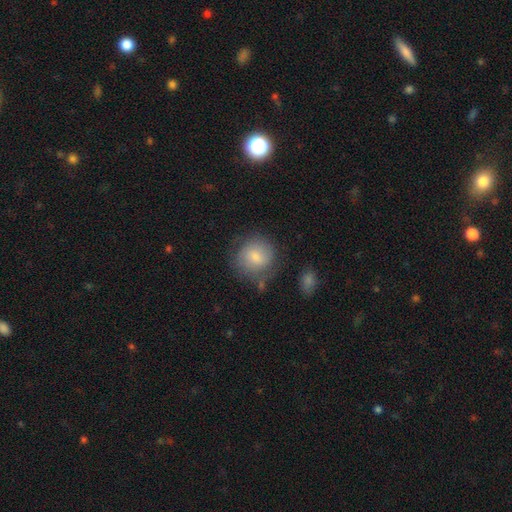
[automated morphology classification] smooth-or-featured: smooth: 71% | featured or disk: 20% | star or artifact: 9%
  how-rounded: round: 85% | in between: 14% | cigar-shaped: 1%
  merging: none: 69% | minor disturbance: 19% | major disturbance: 7% | merger: 5%